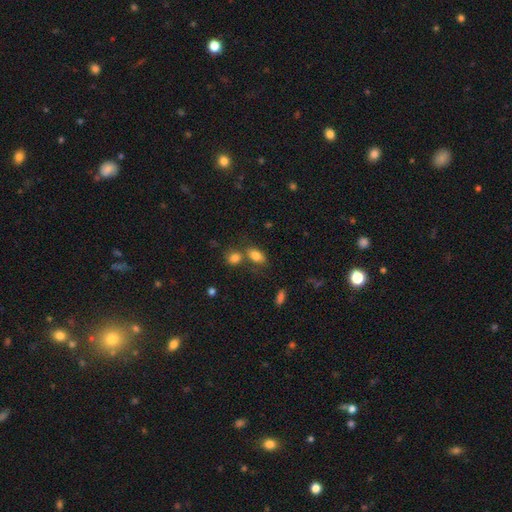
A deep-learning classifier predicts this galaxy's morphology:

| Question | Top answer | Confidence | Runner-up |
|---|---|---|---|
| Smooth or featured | smooth | 82% | star or artifact (10%) |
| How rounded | in between | 86% | round (10%) |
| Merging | none | 53% | merger (28%) |